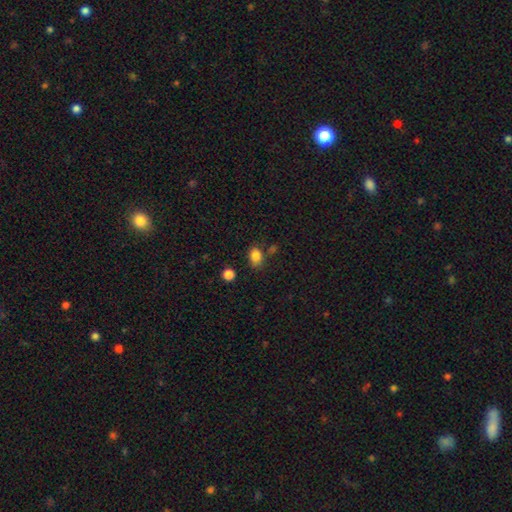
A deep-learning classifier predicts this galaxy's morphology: This is clearly a smooth galaxy (84%). How rounded: likely in between (70%). Merging: likely none (71%).